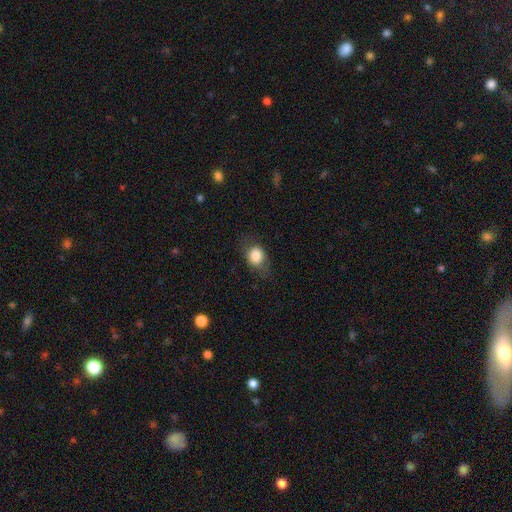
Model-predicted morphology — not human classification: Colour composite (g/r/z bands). It shows a smooth galaxy with no disk features (80%) that is round (50%). Merging: none (70%).